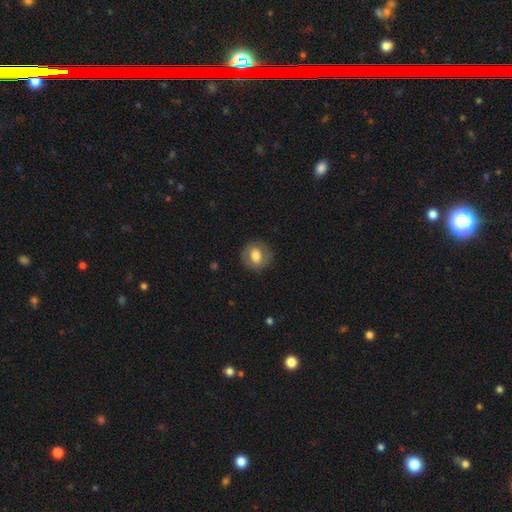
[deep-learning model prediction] A smooth galaxy with no disk features (68%) that is round (75%).

Vote fractions:
- Smooth or featured? smooth: 68% / featured or disk: 25% / star or artifact: 7%
- How rounded? round: 75% / in between: 24% / cigar-shaped: 1%
- Merging? none: 85% / minor disturbance: 10% / major disturbance: 4% / merger: 1%